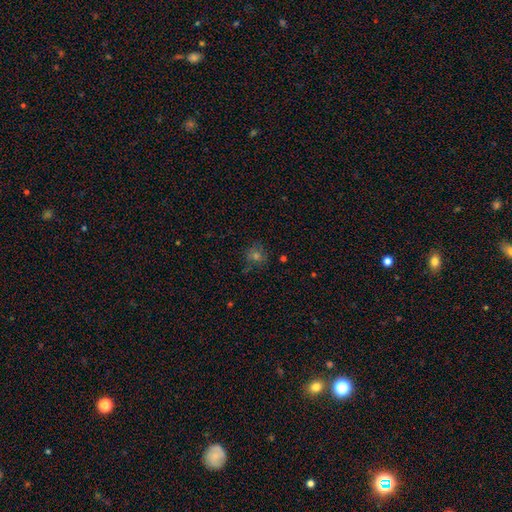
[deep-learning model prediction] Smooth or featured? Predicted: smooth (p=0.50). How rounded? Predicted: round (p=0.84). Merging? Predicted: none (p=0.73).